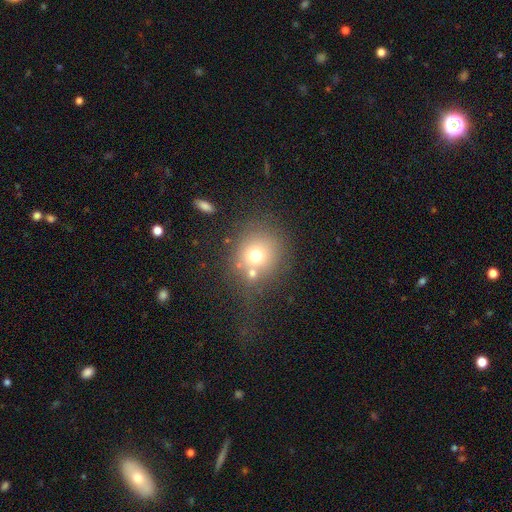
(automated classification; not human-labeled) Overall: smooth (68%). How rounded: round (83%). Merging: none (60%; merger 20%).